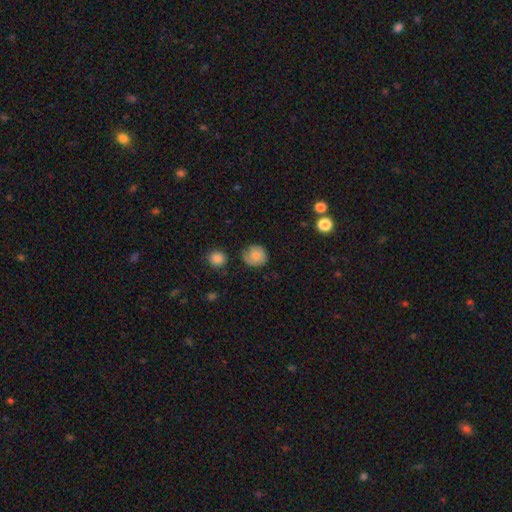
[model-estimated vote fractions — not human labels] This is likely a smooth galaxy (79%). How rounded: clearly round (83%). Merging: likely none (66%).